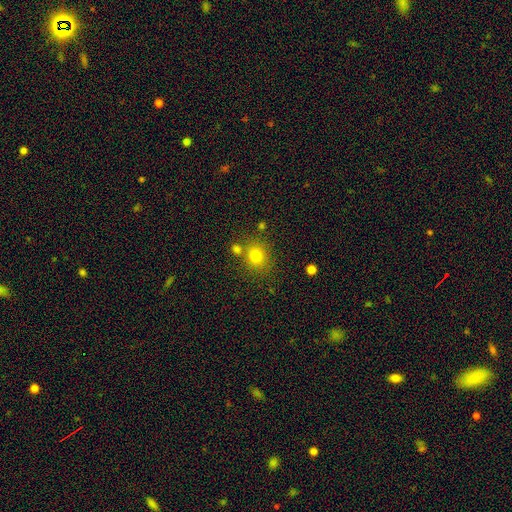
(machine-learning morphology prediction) Smooth or featured? smooth (77%)
How rounded? round (81%)
Merging? none (72%)